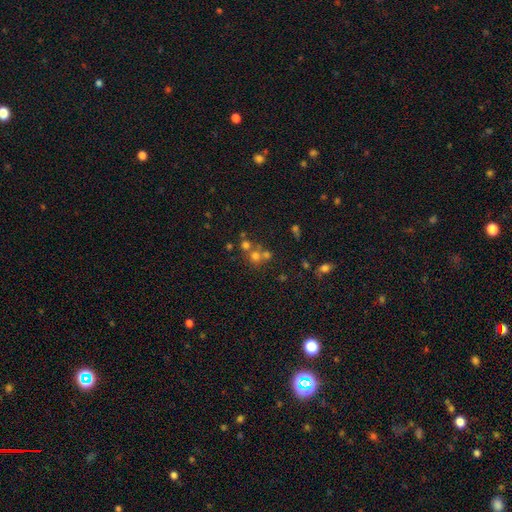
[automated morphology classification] Smooth or featured? Predicted: smooth (p=0.60). How rounded? Predicted: round (p=0.85). Merging? Predicted: none (p=0.49).